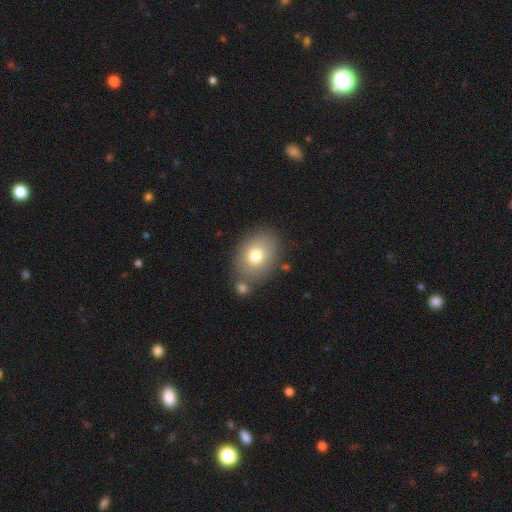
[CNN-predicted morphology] This appears to be a smooth galaxy with no disk features (76%) that is in between round and cigar-shaped (66%). Merging: none (72%).